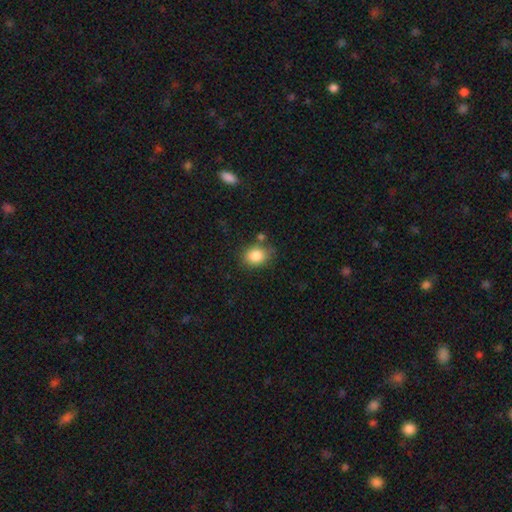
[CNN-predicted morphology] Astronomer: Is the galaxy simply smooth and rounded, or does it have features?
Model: smooth — 84%.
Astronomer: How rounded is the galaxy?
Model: in between — 51% (runner-up: round, 48%).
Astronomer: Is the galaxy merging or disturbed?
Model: none — 73%.